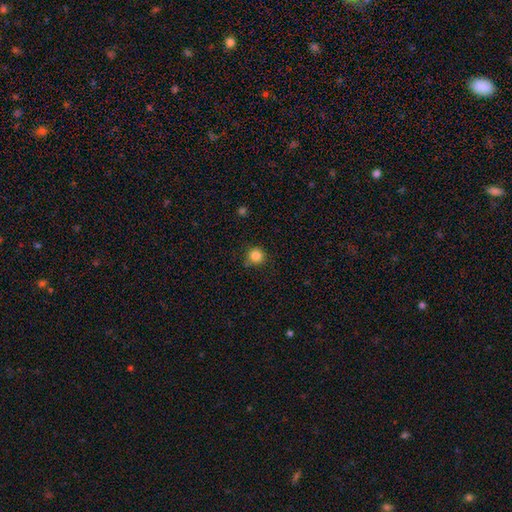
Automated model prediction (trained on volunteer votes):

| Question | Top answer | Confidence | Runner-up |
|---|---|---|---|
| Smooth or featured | smooth | 84% | star or artifact (11%) |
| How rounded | round | 94% | in between (5%) |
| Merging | none | 81% | minor disturbance (13%) |